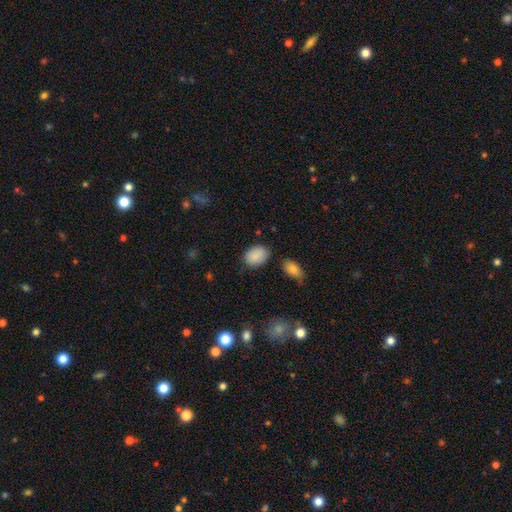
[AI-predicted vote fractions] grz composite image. It shows a smooth galaxy with no disk features (87%) that is in between round and cigar-shaped (78%). Merging: none (76%).